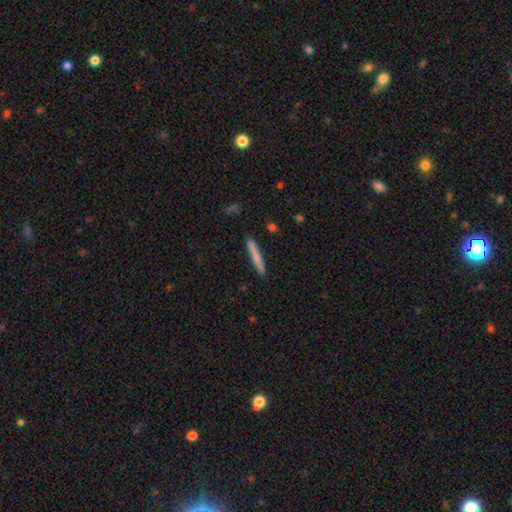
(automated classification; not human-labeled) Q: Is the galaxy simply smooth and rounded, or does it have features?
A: smooth — 65%.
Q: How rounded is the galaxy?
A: cigar-shaped — 95%.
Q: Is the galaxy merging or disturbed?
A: none — 89%.